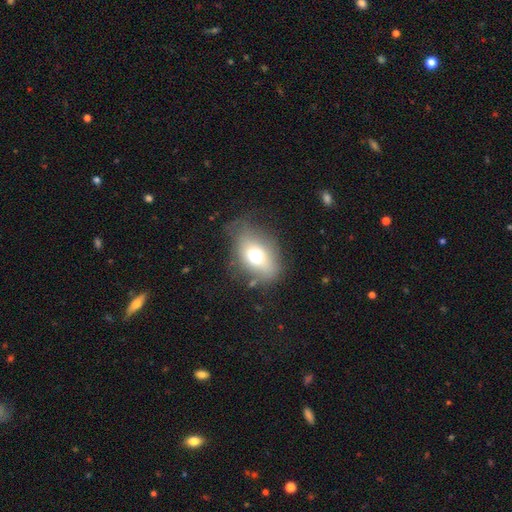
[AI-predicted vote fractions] Smooth or featured? Predicted: smooth (p=0.62). How rounded? Predicted: in between (p=0.71). Merging? Predicted: none (p=0.58).